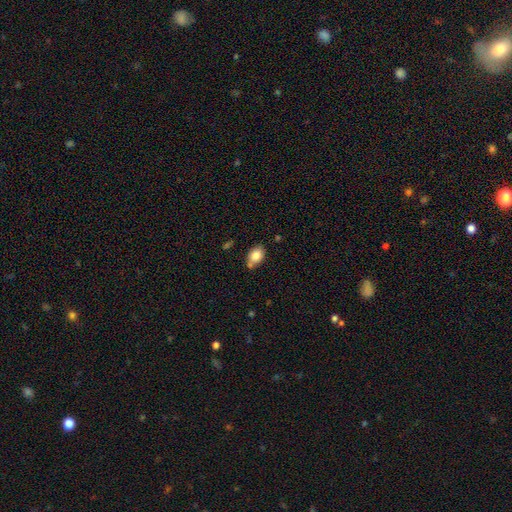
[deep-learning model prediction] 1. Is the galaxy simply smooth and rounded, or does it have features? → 82% smooth, 10% featured or disk, 8% star or artifact.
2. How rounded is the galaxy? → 83% in between, 15% round, 1% cigar-shaped.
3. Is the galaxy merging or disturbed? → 65% none, 19% minor disturbance, 12% merger, 4% major disturbance.